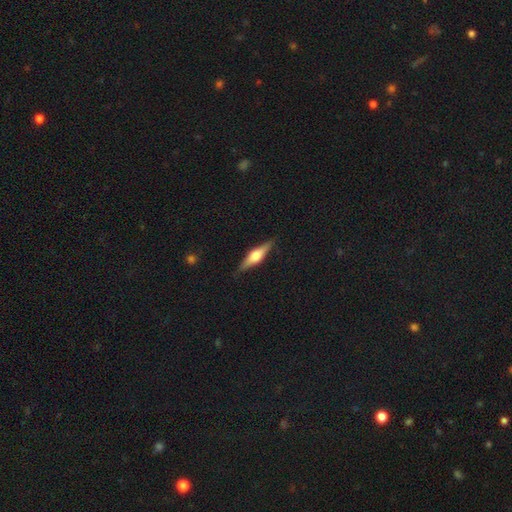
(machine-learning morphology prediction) This is likely a featured or disk galaxy (62%). It is clearly viewed edge-on (96%). Edge-on bulge: clearly rounded (90%). Merging: clearly none (87%).